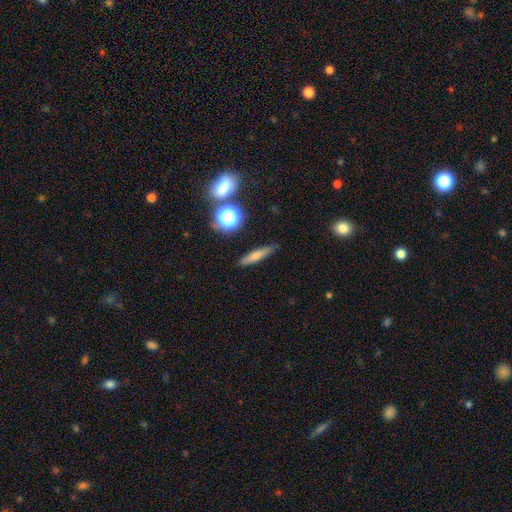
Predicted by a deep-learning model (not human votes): This is likely a smooth galaxy (63%). How rounded: likely cigar-shaped (77%). Merging: clearly none (86%).